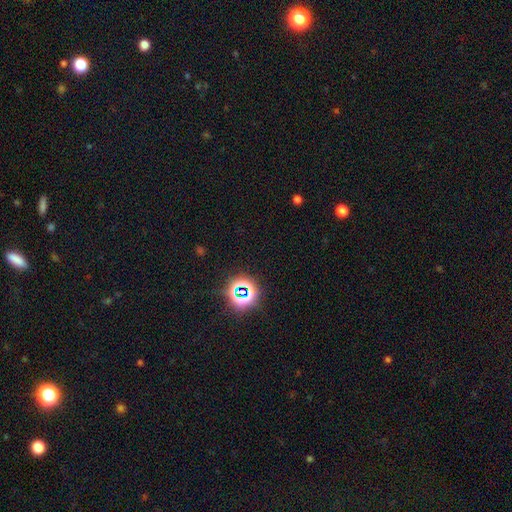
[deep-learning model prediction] smooth-or-featured: star or artifact: 80% | smooth: 13% | featured or disk: 7%